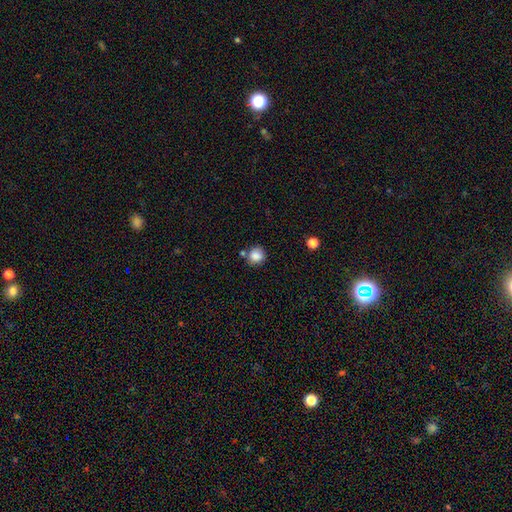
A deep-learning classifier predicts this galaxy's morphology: Smooth or featured?
  - smooth: 85% *
  - star or artifact: 10%
  - featured or disk: 5%
How rounded?
  - round: 87% *
  - in between: 12%
  - cigar-shaped: 1%
Merging?
  - none: 70% *
  - minor disturbance: 13%
  - merger: 13%
  - major disturbance: 4%